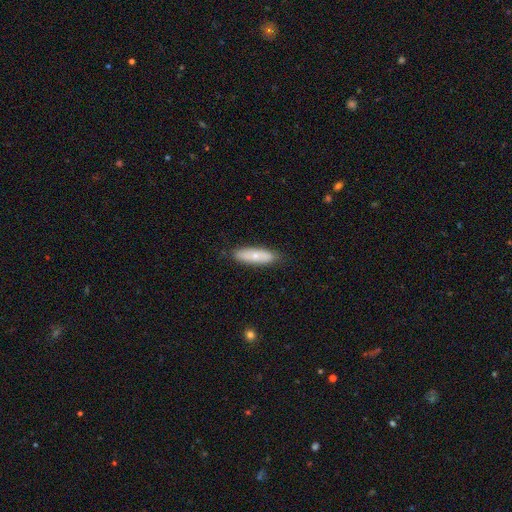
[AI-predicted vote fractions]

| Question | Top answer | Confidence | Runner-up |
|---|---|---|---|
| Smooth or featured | smooth | 65% | featured or disk (29%) |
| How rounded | cigar-shaped | 52% | in between (46%) |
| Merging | none | 84% | minor disturbance (12%) |